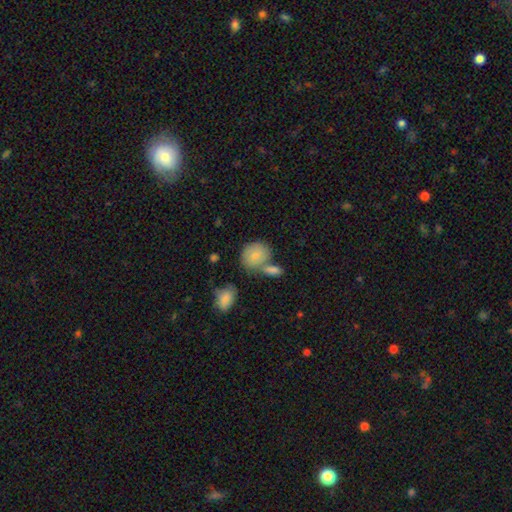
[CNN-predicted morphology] A smooth galaxy with no disk features (78%) that is round (62%).

Vote fractions:
- Smooth or featured? smooth: 78% / featured or disk: 16% / star or artifact: 7%
- How rounded? round: 62% / in between: 37% / cigar-shaped: 1%
- Merging? none: 46% / merger: 34% / minor disturbance: 15% / major disturbance: 5%